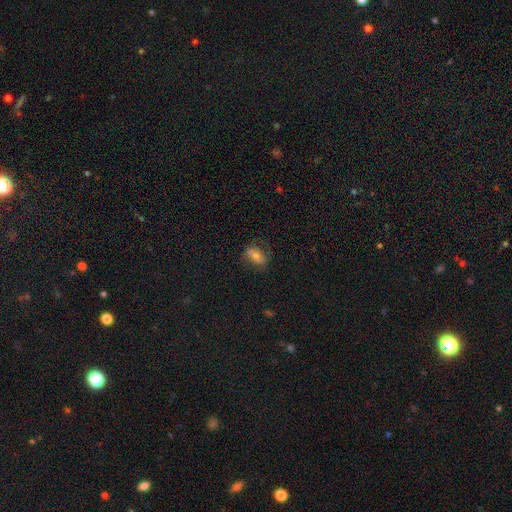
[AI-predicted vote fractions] A smooth galaxy with no disk features (50%).

Vote fractions:
- Smooth or featured? smooth: 50% / featured or disk: 39% / star or artifact: 11%
- Merging? none: 68% / minor disturbance: 20% / major disturbance: 11% / merger: 1%